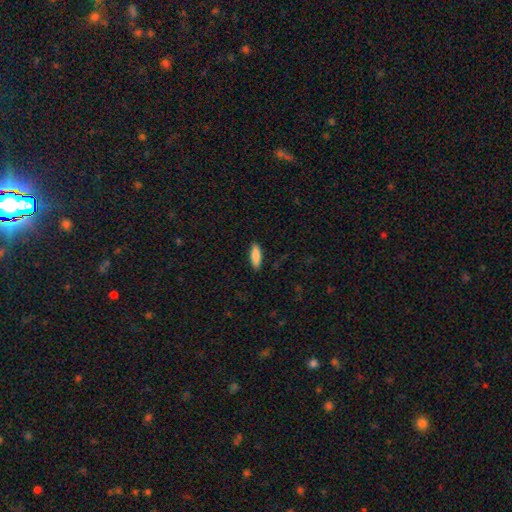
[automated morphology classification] This appears to be a smooth galaxy with no disk features (87%) that is in between round and cigar-shaped (55%). Merging: none (89%).